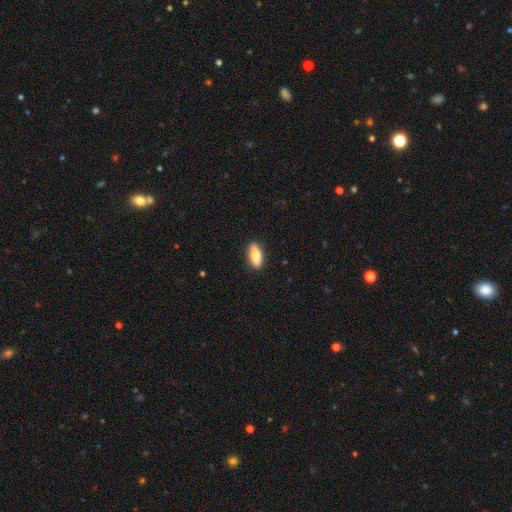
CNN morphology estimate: Smooth or featured?
  - smooth: 71% *
  - featured or disk: 23%
  - star or artifact: 6%
How rounded?
  - in between: 67% *
  - cigar-shaped: 30%
  - round: 3%
Merging?
  - none: 88% *
  - minor disturbance: 9%
  - major disturbance: 2%
  - merger: 1%